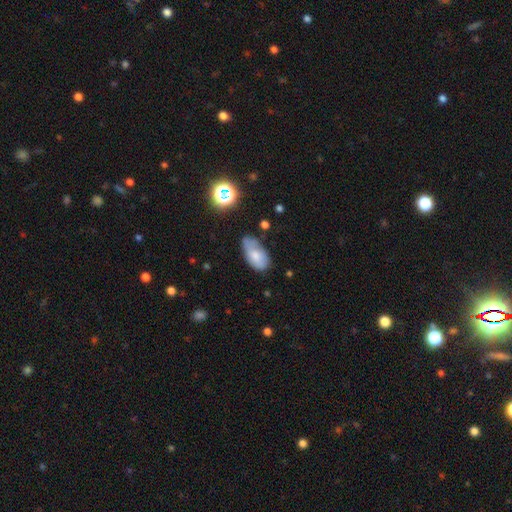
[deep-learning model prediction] Smooth or featured: smooth — 68% (featured or disk — 23%)
How rounded: in between — 93% (round — 5%)
Merging: none — 44% (minor disturbance — 38%)